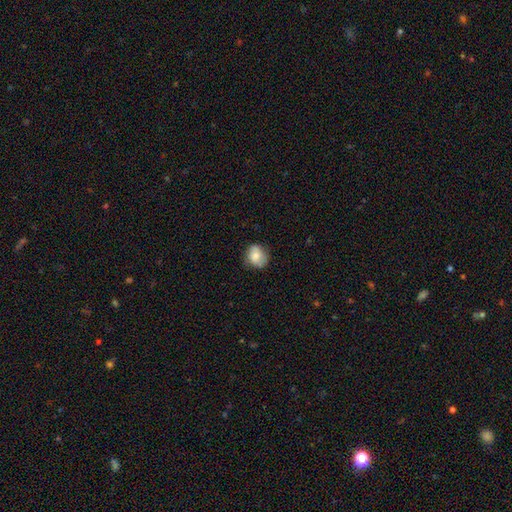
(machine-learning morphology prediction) Smooth or featured? Predicted: smooth (p=0.75). How rounded? Predicted: round (p=0.62). Merging? Predicted: none (p=0.70).